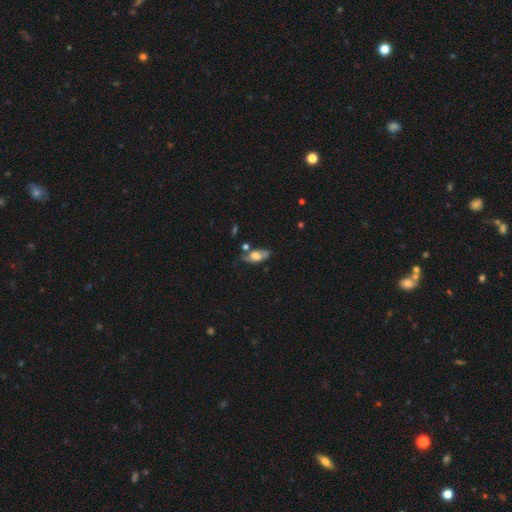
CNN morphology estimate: This appears to be a smooth galaxy with no disk features (50%) that is in between round and cigar-shaped (87%). Merging: none (52%).